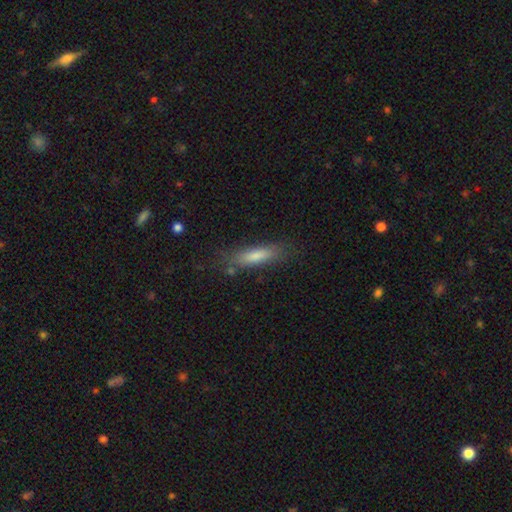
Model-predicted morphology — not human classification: smooth 73%, featured or disk 19%, star or artifact 8%. Down the decision tree: how rounded — cigar-shaped (71%); merging — none (77%).